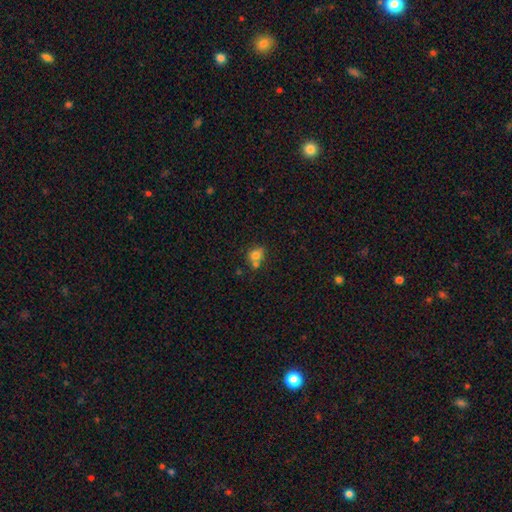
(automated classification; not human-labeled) smooth-or-featured: smooth: 76% | featured or disk: 12% | star or artifact: 12%
  how-rounded: round: 62% | in between: 37% | cigar-shaped: 1%
  merging: none: 44% | merger: 39% | minor disturbance: 13% | major disturbance: 4%